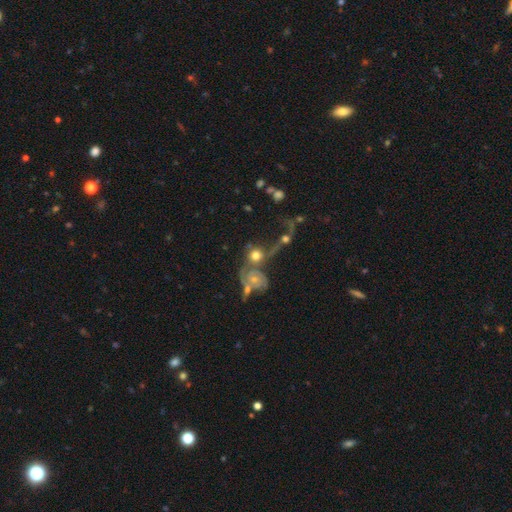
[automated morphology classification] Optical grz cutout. It shows a featured or disk galaxy (53%) with no bar (76%), spiral arms (78%) and a moderate central bulge (45%). Merging: merger (62%).